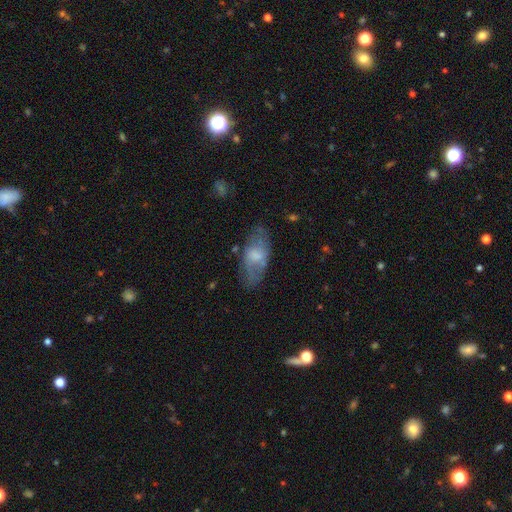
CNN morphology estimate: smooth 52%, featured or disk 41%, star or artifact 7%. Down the decision tree: how rounded — in between (88%); merging — none (64%).